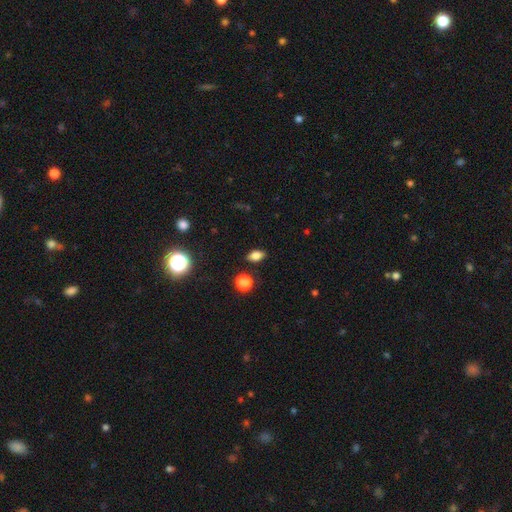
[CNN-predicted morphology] Smooth or featured: smooth — 78% (star or artifact — 13%)
How rounded: in between — 83% (round — 13%)
Merging: none — 86% (minor disturbance — 9%)